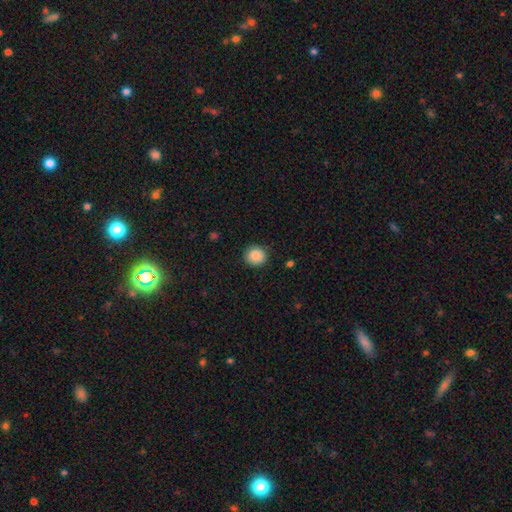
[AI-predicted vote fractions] Morphology: type=smooth (88%); roundness=round (91%); merging=none (89%).